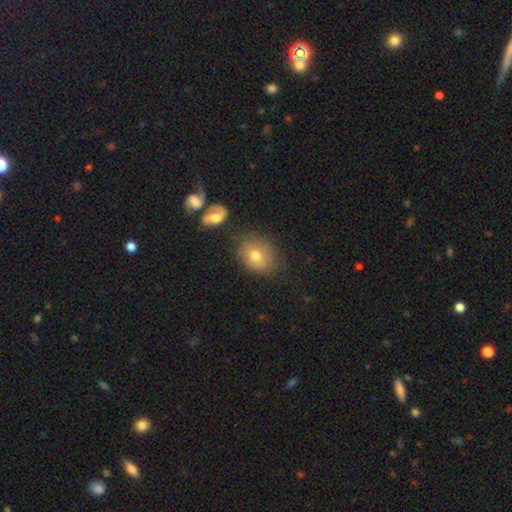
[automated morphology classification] This is likely a smooth galaxy (72%). How rounded: possibly in between (57%). Merging: likely none (70%).